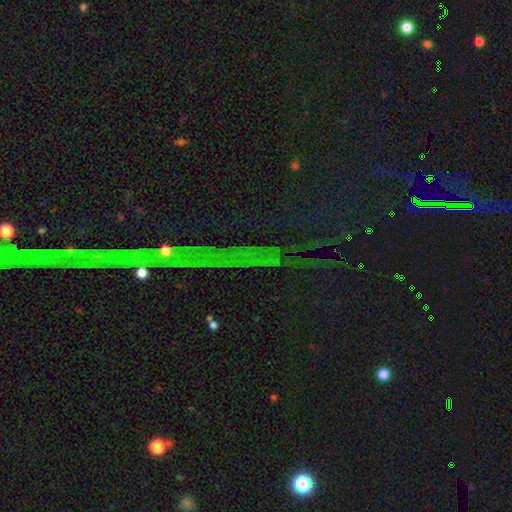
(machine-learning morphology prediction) Smooth or featured?
  - star or artifact: 75% *
  - smooth: 13%
  - featured or disk: 12%